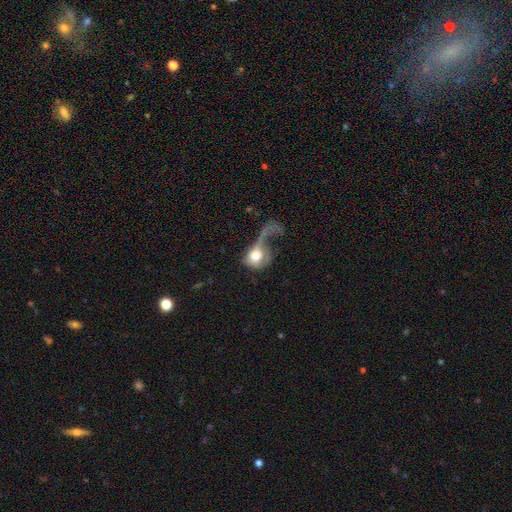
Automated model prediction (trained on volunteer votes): Overall: smooth (54%; featured or disk 38%). How rounded: round (65%; in between 32%). Merging: major disturbance (71%).